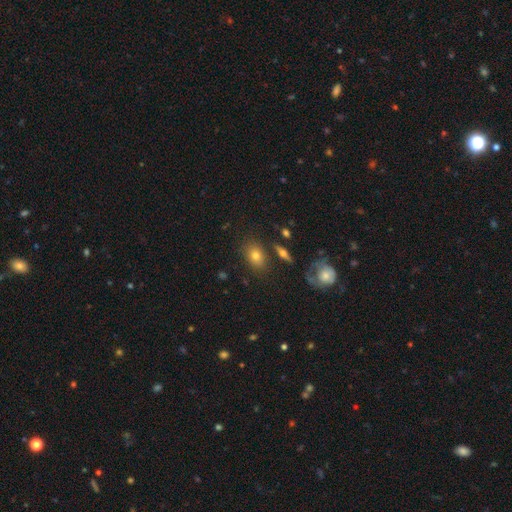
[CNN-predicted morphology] Smooth or featured: smooth — 73% (featured or disk — 16%)
How rounded: in between — 72% (round — 25%)
Merging: none — 76% (minor disturbance — 13%)